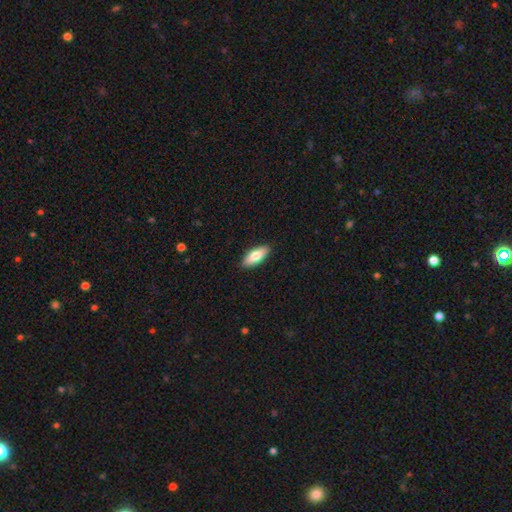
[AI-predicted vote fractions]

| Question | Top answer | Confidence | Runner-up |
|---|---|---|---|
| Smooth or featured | smooth | 76% | featured or disk (18%) |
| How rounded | in between | 77% | cigar-shaped (21%) |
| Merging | none | 90% | minor disturbance (8%) |